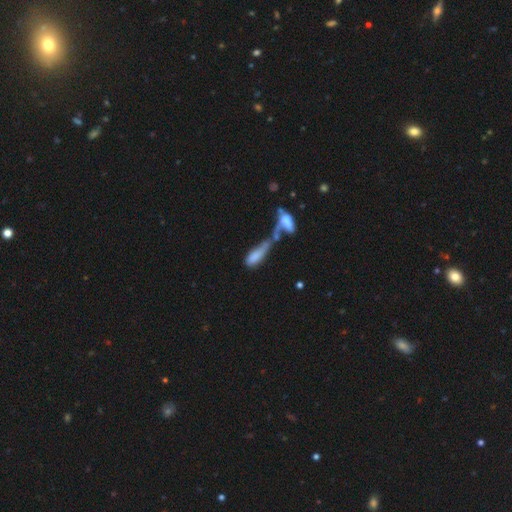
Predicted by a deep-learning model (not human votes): This appears to be a smooth galaxy with no disk features (70%) that is in between round and cigar-shaped (59%). Merging: merger (66%).